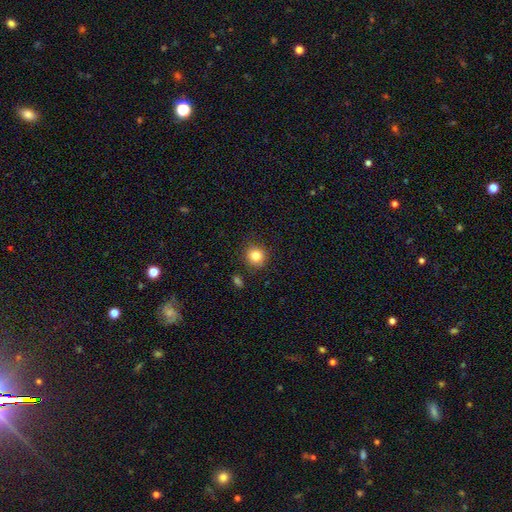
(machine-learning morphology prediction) A smooth galaxy with no disk features (83%) that is round (88%). Merging: none (87%).